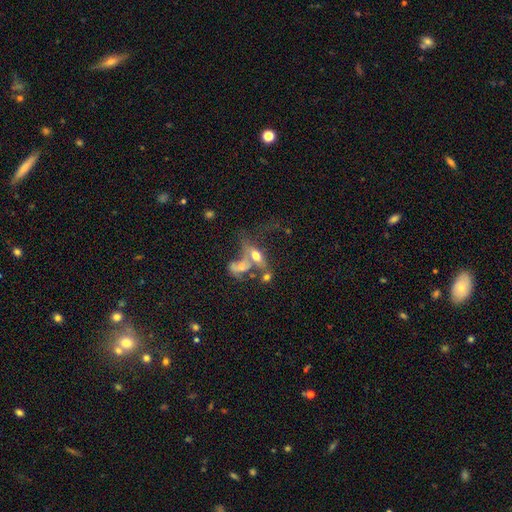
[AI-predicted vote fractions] Smooth or featured? smooth (47%)
Merging? merger (50%)